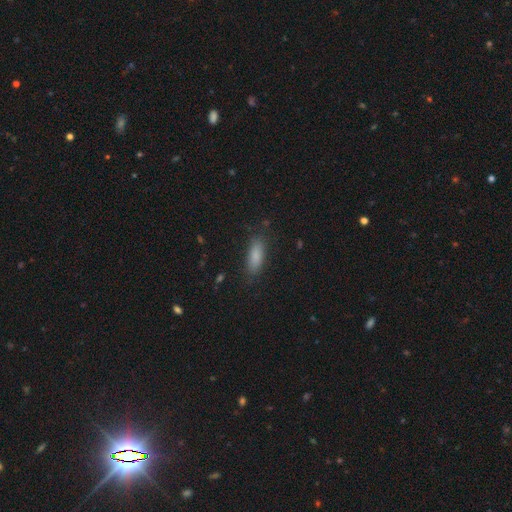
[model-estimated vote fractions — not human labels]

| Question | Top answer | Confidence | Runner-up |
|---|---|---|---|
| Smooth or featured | smooth | 83% | featured or disk (8%) |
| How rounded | in between | 65% | cigar-shaped (33%) |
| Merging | none | 83% | minor disturbance (12%) |